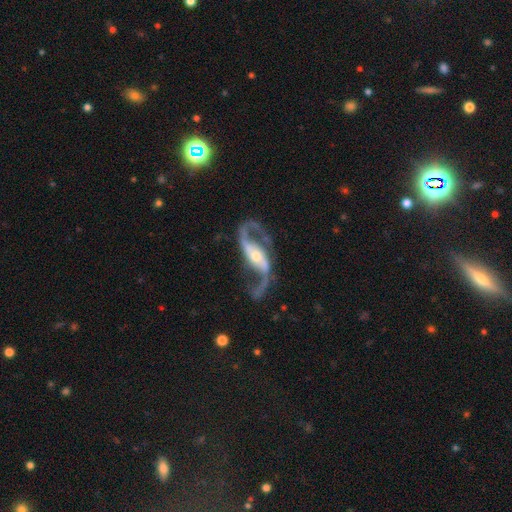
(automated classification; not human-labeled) A featured or disk galaxy (92%) with a strong bar (48%), 2 (94%) loose (63%) spiral arms (97%) and a moderate central bulge (47%). Merging: none (73%).